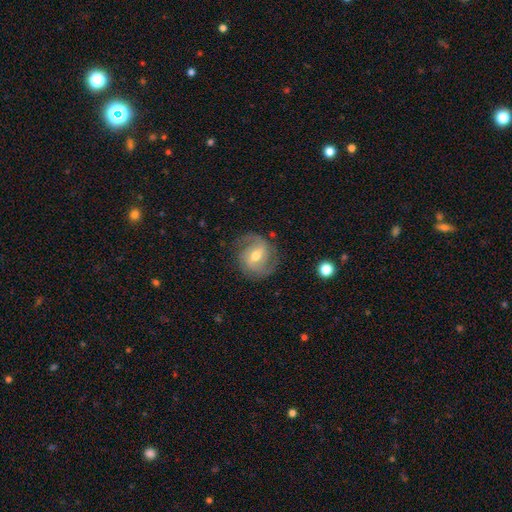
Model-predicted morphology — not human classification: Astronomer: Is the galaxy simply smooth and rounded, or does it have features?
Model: featured or disk — 82%.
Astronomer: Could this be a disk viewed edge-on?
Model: no — 97%.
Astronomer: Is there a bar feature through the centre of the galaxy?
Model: weak — 53%.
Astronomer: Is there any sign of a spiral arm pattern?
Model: yes — 95%.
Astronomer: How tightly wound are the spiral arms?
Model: medium — 48% (runner-up: tight, 37%).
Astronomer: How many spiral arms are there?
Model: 2 — 77%.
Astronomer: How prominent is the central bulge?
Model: moderate — 70%.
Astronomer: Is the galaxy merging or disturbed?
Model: none — 78%.